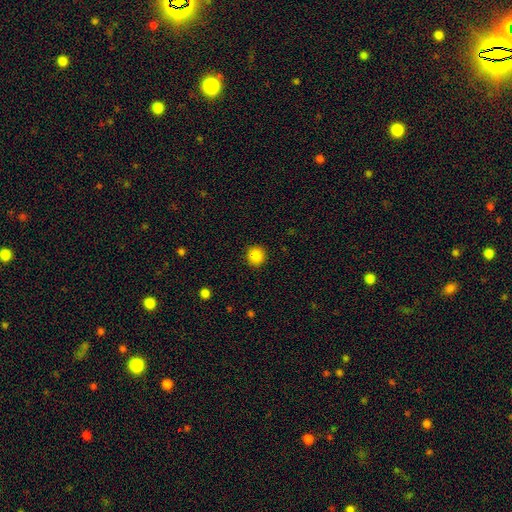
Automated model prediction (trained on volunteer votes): smooth 86%, star or artifact 10%, featured or disk 4%. Down the decision tree: how rounded — round (92%); merging — none (92%).